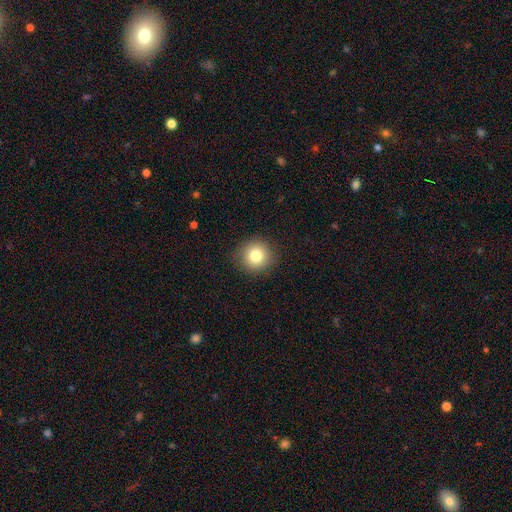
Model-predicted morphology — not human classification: Overall: smooth (81%). How rounded: round (92%). Merging: none (89%).